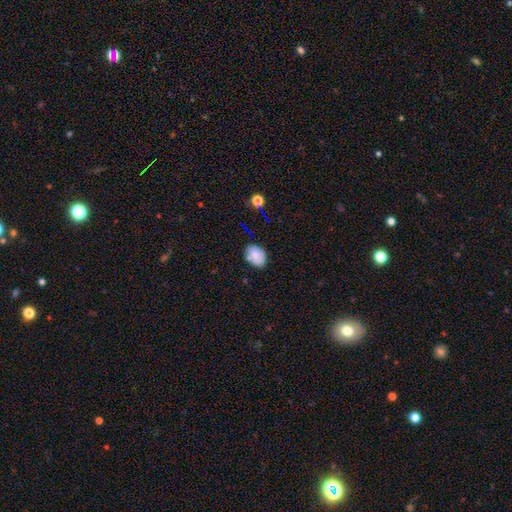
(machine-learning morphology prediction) This is likely a smooth galaxy (79%). How rounded: likely in between (78%). Merging: likely none (74%).